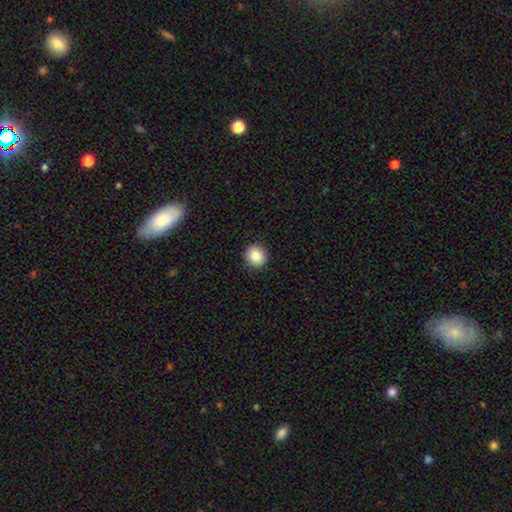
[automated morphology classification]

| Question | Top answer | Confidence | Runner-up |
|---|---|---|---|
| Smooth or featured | smooth | 87% | star or artifact (9%) |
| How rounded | round | 91% | in between (8%) |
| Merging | none | 92% | minor disturbance (5%) |